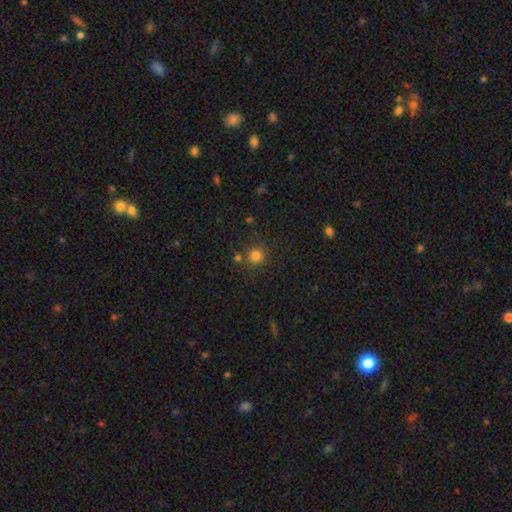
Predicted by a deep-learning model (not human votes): Smooth or featured? smooth (80%)
How rounded? round (92%)
Merging? none (78%)